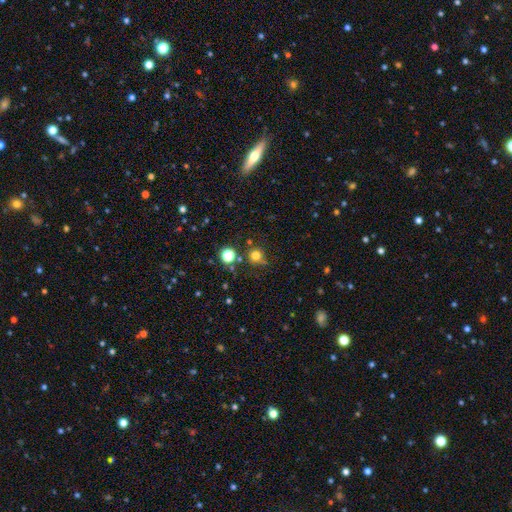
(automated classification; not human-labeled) A smooth galaxy with no disk features (74%) that is round (91%). Merging: none (72%).